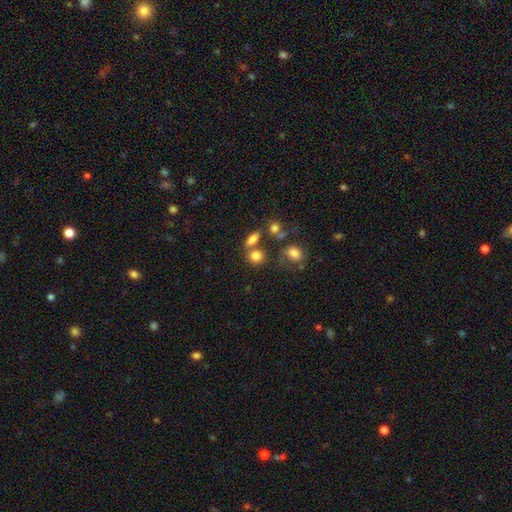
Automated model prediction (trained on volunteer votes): Smooth or featured? Predicted: smooth (p=0.79). How rounded? Predicted: round (p=0.60). Merging? Predicted: none (p=0.53).